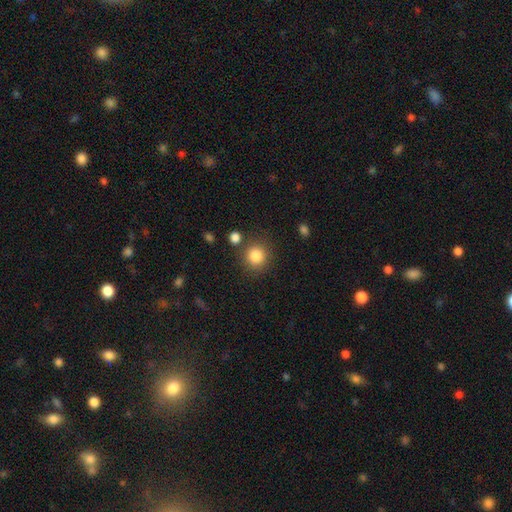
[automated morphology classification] smooth 85%, star or artifact 10%, featured or disk 5%. Down the decision tree: how rounded — round (90%); merging — none (82%).